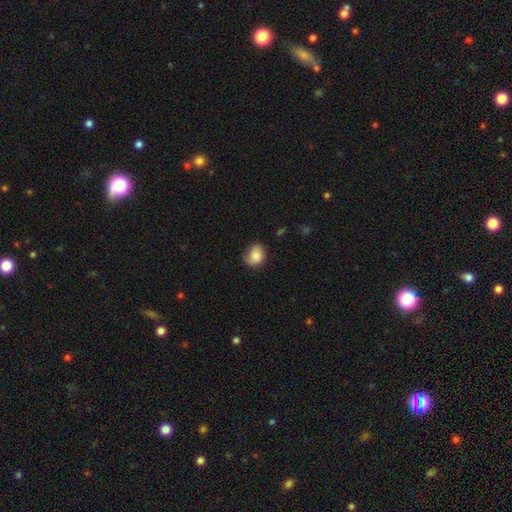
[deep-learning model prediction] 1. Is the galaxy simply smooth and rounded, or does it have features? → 82% smooth, 10% featured or disk, 8% star or artifact.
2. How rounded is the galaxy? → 57% round, 42% in between, 1% cigar-shaped.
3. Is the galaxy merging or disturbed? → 62% none, 29% minor disturbance, 8% major disturbance, 2% merger.